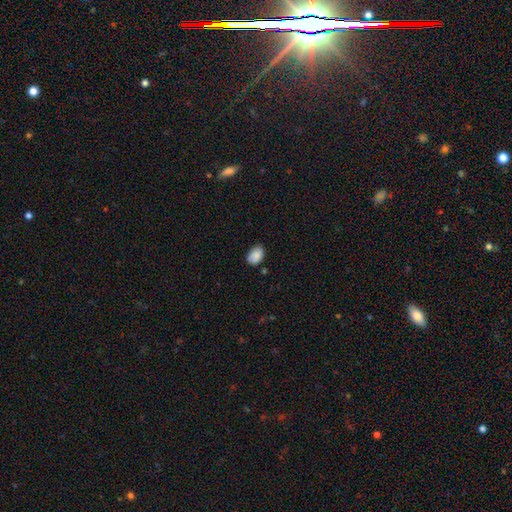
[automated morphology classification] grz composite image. It shows a smooth galaxy with no disk features (88%) that is in between round and cigar-shaped (88%). Merging: none (80%).